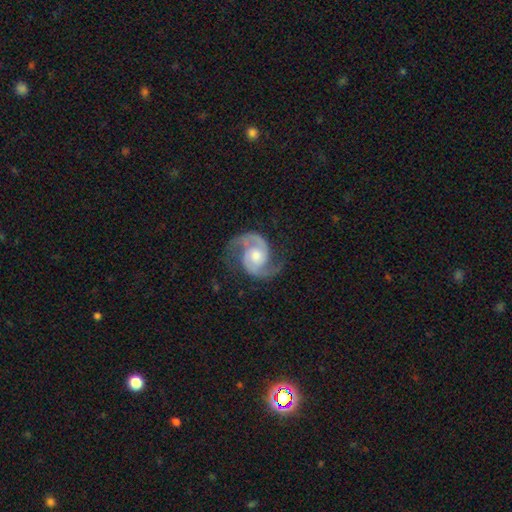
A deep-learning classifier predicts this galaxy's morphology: Smooth or featured? featured or disk (92%)
Edge-on disk? no (98%)
Bar? no (64%)
Spiral arms? yes (98%)
Spiral winding? medium (60%)
Spiral arm count? 2 (94%)
Bulge size? moderate (61%)
Merging? none (79%)